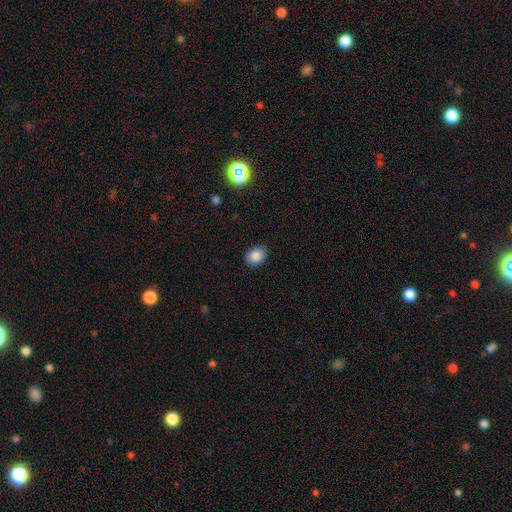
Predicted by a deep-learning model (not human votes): smooth_or_featured: smooth (p=0.87) [alt: star or artifact p=0.09]
how_rounded: in between (p=0.63) [alt: round p=0.36]
merging: none (p=0.86) [alt: minor disturbance p=0.11]